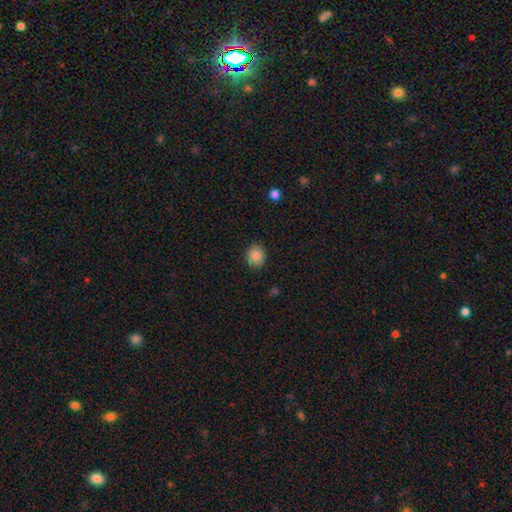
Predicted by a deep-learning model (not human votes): The model was most divided on "how rounded": round: 77%, in between: 22%, cigar-shaped: 1%. More confident: merging — none (88%); smooth or featured — smooth (87%).